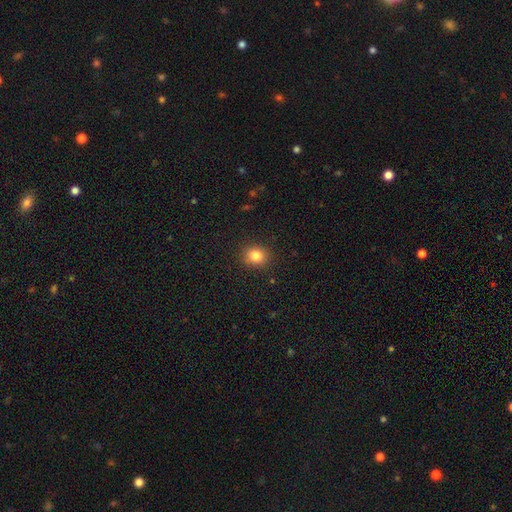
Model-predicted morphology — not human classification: Smooth or featured? smooth (83%)
How rounded? round (70%)
Merging? none (89%)